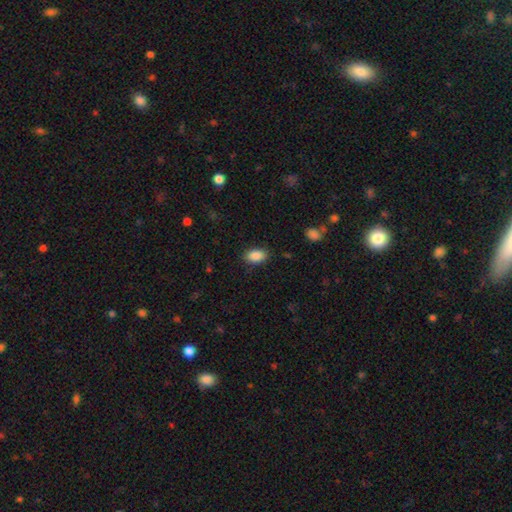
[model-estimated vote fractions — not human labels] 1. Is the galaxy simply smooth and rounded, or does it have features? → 88% smooth, 8% star or artifact, 4% featured or disk.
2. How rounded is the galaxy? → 91% in between, 8% round, 2% cigar-shaped.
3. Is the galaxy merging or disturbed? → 85% none, 10% minor disturbance, 3% major disturbance, 1% merger.